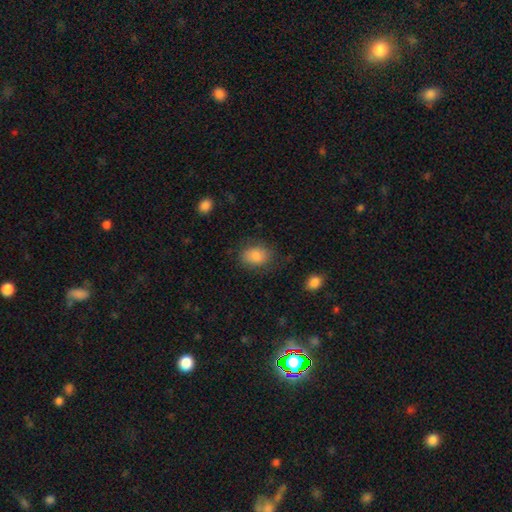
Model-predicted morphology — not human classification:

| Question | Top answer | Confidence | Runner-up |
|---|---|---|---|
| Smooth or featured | smooth | 84% | star or artifact (9%) |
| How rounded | in between | 75% | round (24%) |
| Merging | none | 76% | minor disturbance (17%) |